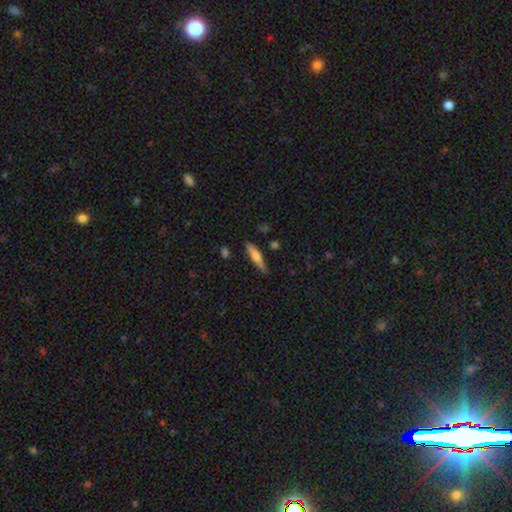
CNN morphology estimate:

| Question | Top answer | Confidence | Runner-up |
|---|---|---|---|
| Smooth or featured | smooth | 61% | featured or disk (33%) |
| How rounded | cigar-shaped | 81% | in between (18%) |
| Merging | none | 80% | minor disturbance (15%) |